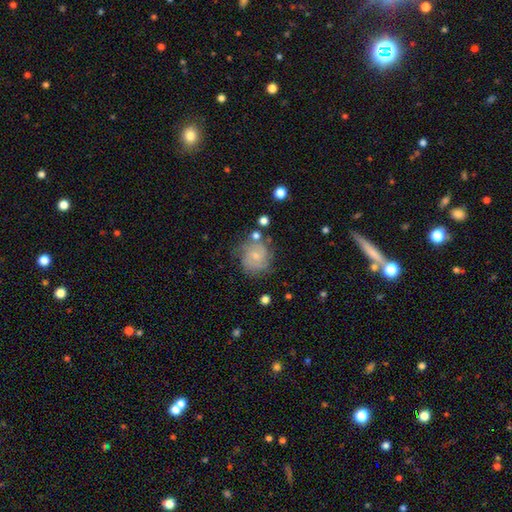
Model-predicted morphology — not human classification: Overall: featured or disk (51%; smooth 41%). Edge-on disk: no (98%). Merging: none (62%; minor disturbance 22%).